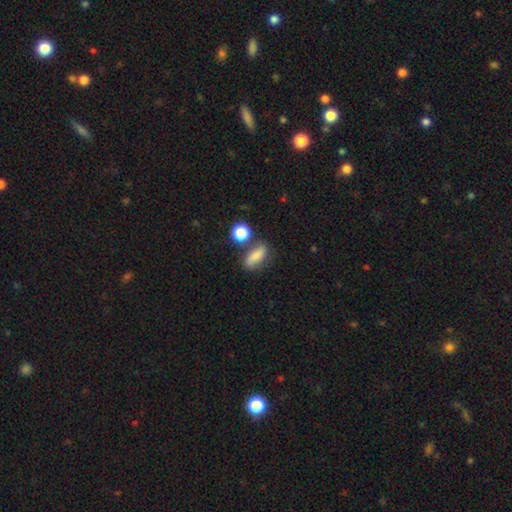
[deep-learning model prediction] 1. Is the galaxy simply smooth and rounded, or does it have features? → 72% smooth, 18% featured or disk, 10% star or artifact.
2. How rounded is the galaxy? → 65% in between, 21% cigar-shaped, 14% round.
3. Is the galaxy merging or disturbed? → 64% none, 16% minor disturbance, 14% merger, 5% major disturbance.